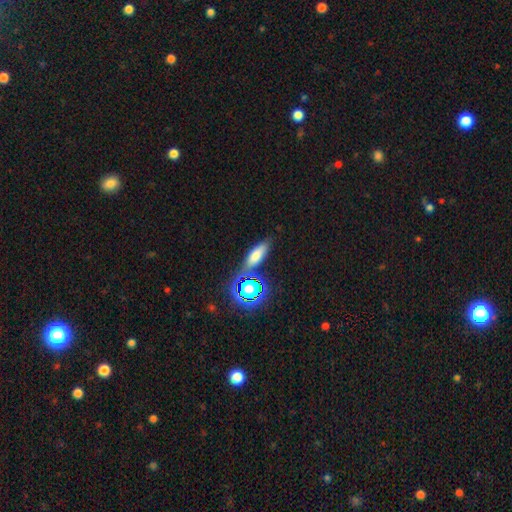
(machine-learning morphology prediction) This appears to be a smooth galaxy with no disk features (66%) that is in between round and cigar-shaped (60%). Merging: none (73%).